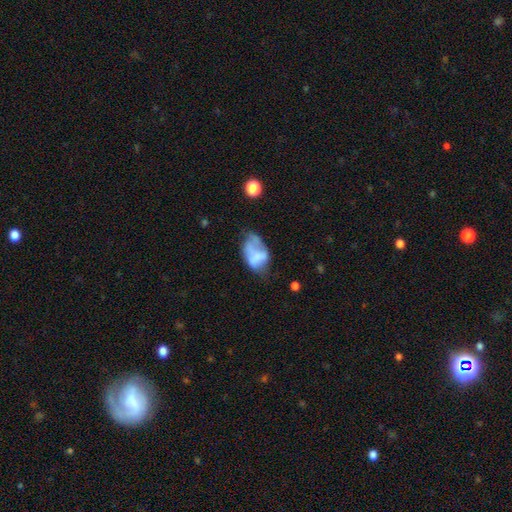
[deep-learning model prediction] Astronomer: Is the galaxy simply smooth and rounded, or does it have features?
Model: smooth — 54% (runner-up: featured or disk, 37%).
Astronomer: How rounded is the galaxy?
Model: in between — 88%.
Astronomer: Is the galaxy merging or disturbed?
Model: major disturbance — 34% (runner-up: minor disturbance, 32%).